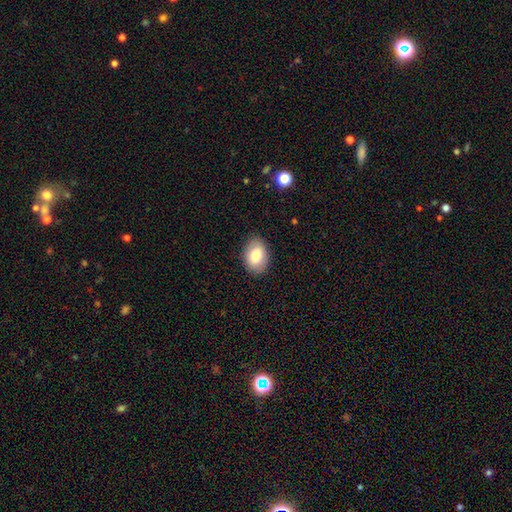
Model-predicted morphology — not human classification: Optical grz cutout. It shows a smooth galaxy with no disk features (83%) that is in between round and cigar-shaped (85%). Merging: none (87%).